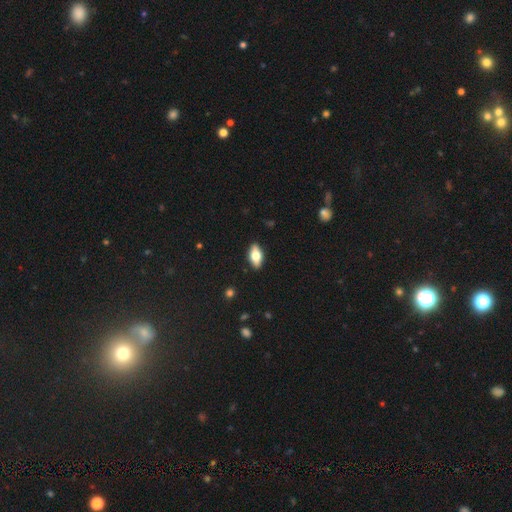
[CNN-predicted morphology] Smooth or featured? Predicted: smooth (p=0.61). How rounded? Predicted: in between (p=0.84). Merging? Predicted: none (p=0.88).